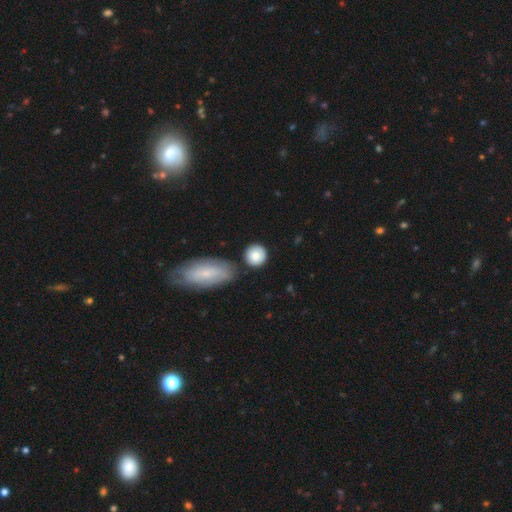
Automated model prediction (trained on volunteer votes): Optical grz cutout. It shows a smooth galaxy with no disk features (83%) that is round (87%). Merging: none (75%).